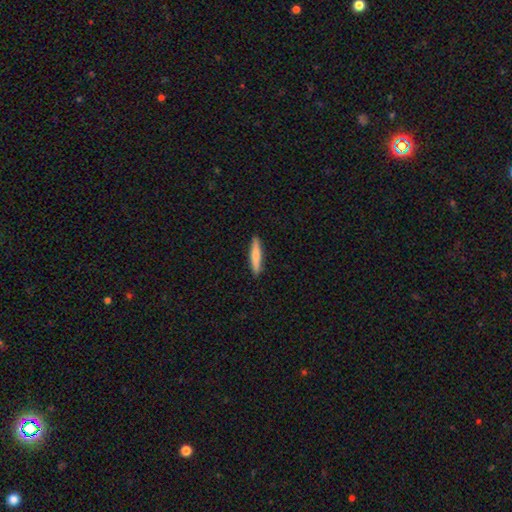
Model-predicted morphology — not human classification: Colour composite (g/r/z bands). It shows a smooth galaxy with no disk features (75%) that is cigar-shaped (90%). Merging: none (91%).